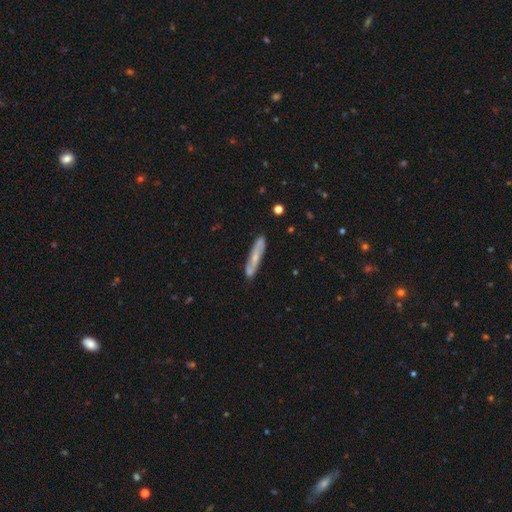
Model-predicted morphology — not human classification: A smooth galaxy with no disk features (47%, tied with featured or disk).

Vote fractions:
- Smooth or featured? smooth: 47% (tied) / featured or disk: 47% (tied) / star or artifact: 6%
- Merging? none: 78% / minor disturbance: 15% / merger: 4% / major disturbance: 3%